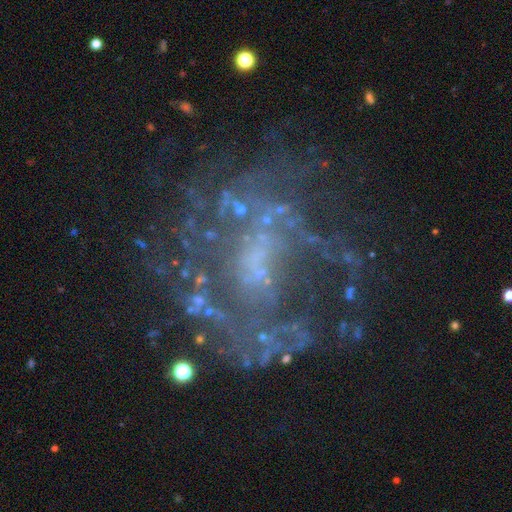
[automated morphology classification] A featured or disk galaxy (76%) with no bar (47%), medium (38%) spiral arms (68%) and no central bulge (41%).

Vote fractions:
- Smooth or featured? featured or disk: 76% / star or artifact: 17% / smooth: 8%
- Edge-on disk? no: 97% / yes: 3%
- Bar? no: 47% / weak: 38% / strong: 15%
- Spiral arms? yes: 68% / no: 32%
- Spiral winding? medium: 38% / loose: 32% / tight: 30%
- Spiral arm count? can't tell: 47% / 2: 23% / 3: 10% / 1: 8% / 4: 6% / more than 4: 6%
- Bulge size? none: 41% / small: 37% / moderate: 18% / large: 3% / dominant: 1%
- Merging? none: 55% / major disturbance: 25% / minor disturbance: 15% / merger: 4%